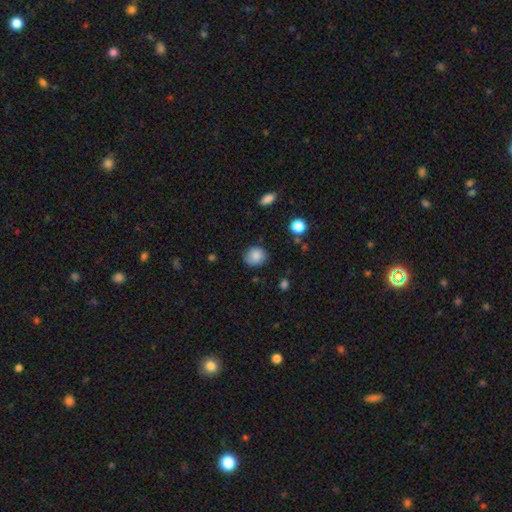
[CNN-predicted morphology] Smooth or featured? Predicted: smooth (p=0.85). How rounded? Predicted: round (p=0.76). Merging? Predicted: none (p=0.81).